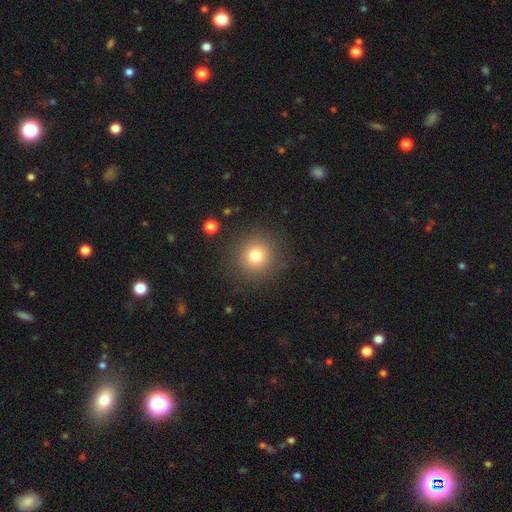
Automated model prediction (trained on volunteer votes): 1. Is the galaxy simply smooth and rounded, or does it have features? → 76% smooth, 15% star or artifact, 9% featured or disk.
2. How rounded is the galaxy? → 94% round, 5% in between, 1% cigar-shaped.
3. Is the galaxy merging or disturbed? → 89% none, 6% minor disturbance, 3% major disturbance, 2% merger.